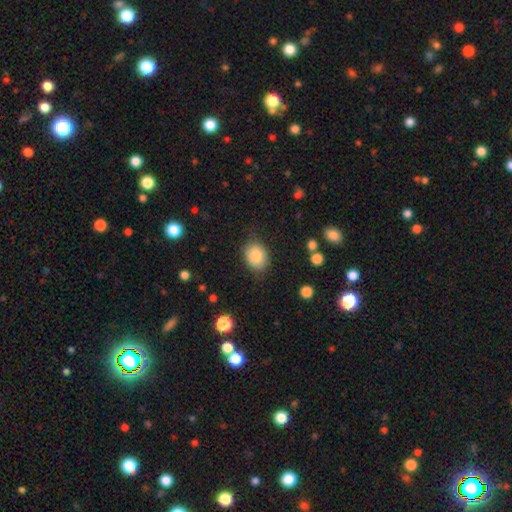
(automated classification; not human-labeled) smooth-or-featured: smooth: 83% | featured or disk: 9% | star or artifact: 8%
  how-rounded: in between: 62% | round: 37% | cigar-shaped: 1%
  merging: none: 79% | minor disturbance: 16% | major disturbance: 4% | merger: 1%